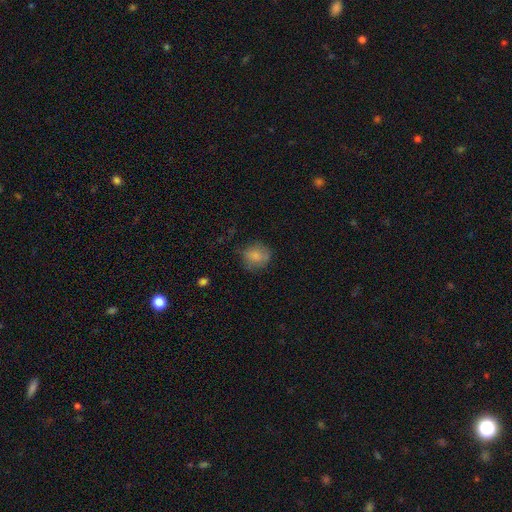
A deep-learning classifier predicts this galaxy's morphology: The model was most divided on "merging": none: 67%, minor disturbance: 22%, major disturbance: 9%, merger: 2%. More confident: smooth or featured — smooth (79%); how rounded — round (75%).